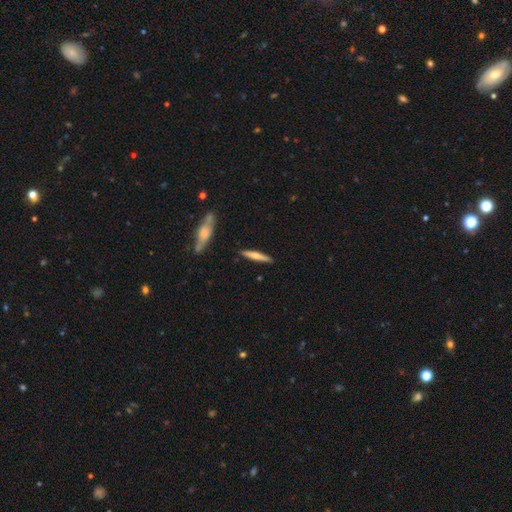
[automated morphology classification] This is possibly a smooth galaxy (52%). How rounded: clearly cigar-shaped (90%). Merging: clearly none (89%).